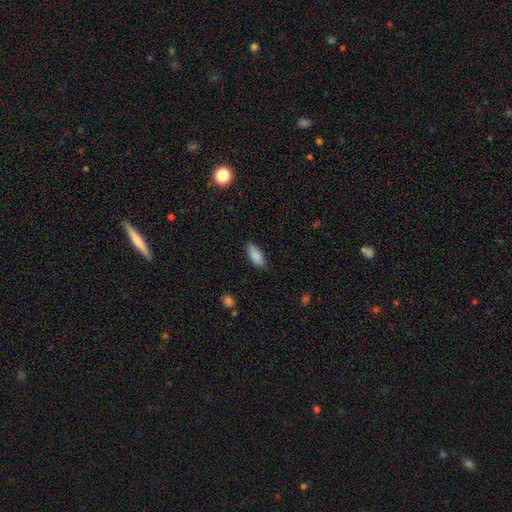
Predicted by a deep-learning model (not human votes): Smooth or featured? smooth (88%)
How rounded? in between (83%)
Merging? none (84%)